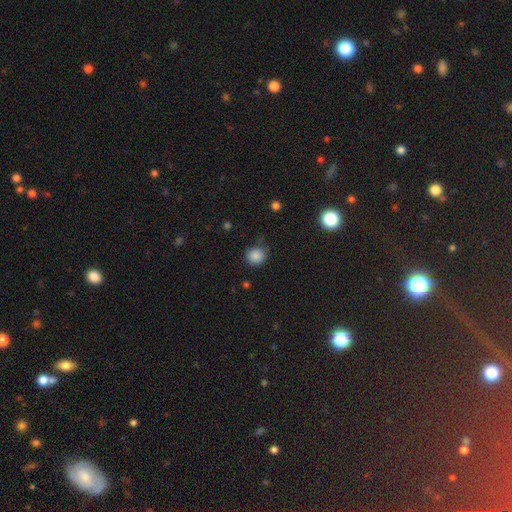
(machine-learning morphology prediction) Smooth or featured? smooth (85%)
How rounded? round (86%)
Merging? none (78%)